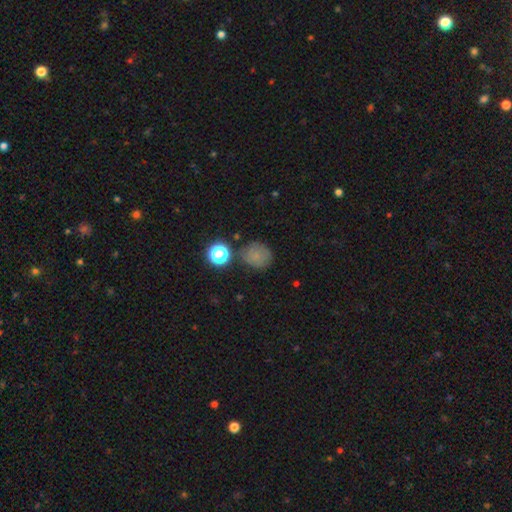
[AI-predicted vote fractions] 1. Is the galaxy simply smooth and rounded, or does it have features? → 72% smooth, 18% star or artifact, 9% featured or disk.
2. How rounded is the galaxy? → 81% round, 18% in between, 1% cigar-shaped.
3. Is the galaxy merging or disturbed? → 73% none, 15% minor disturbance, 7% merger, 5% major disturbance.